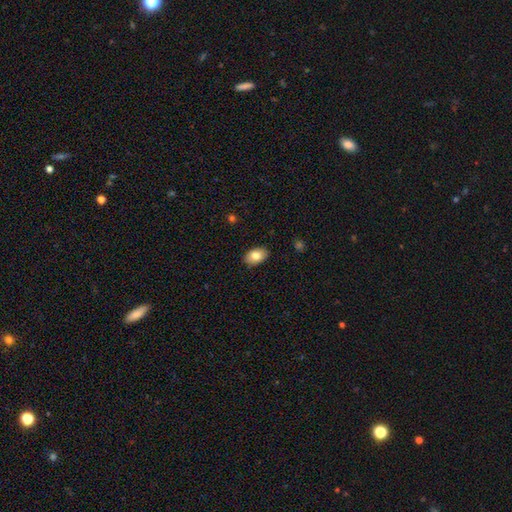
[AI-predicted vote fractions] A smooth galaxy with no disk features (81%) that is in between round and cigar-shaped (90%). Merging: none (88%).